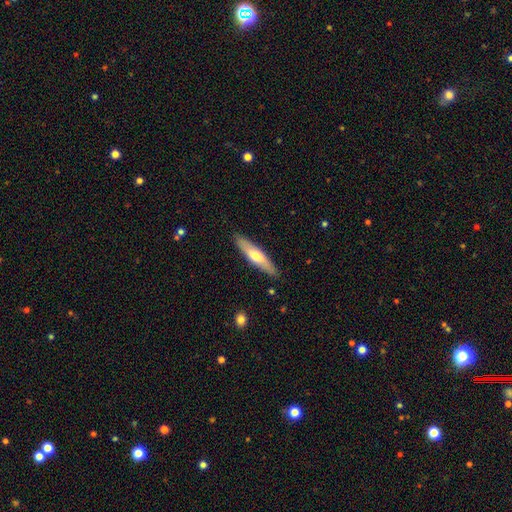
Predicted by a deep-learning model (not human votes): Q: Smooth or featured?
A: smooth (56%); runner-up: featured or disk (39%)
Q: How rounded?
A: cigar-shaped (77%); runner-up: in between (21%)
Q: Merging?
A: none (87%); runner-up: minor disturbance (10%)